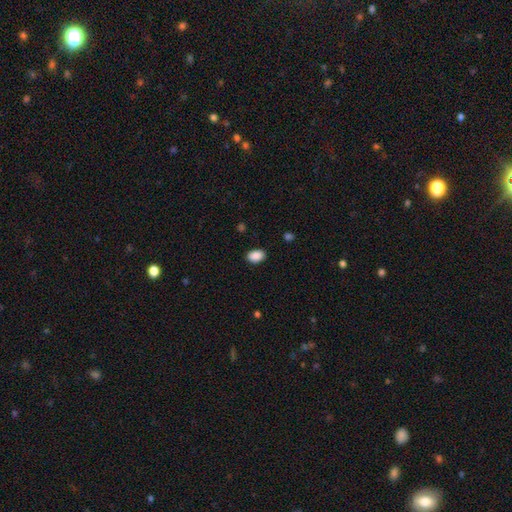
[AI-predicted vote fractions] smooth-or-featured: smooth: 90% | star or artifact: 8% | featured or disk: 3%
  how-rounded: in between: 86% | round: 13% | cigar-shaped: 1%
  merging: none: 88% | minor disturbance: 9% | major disturbance: 2% | merger: 1%